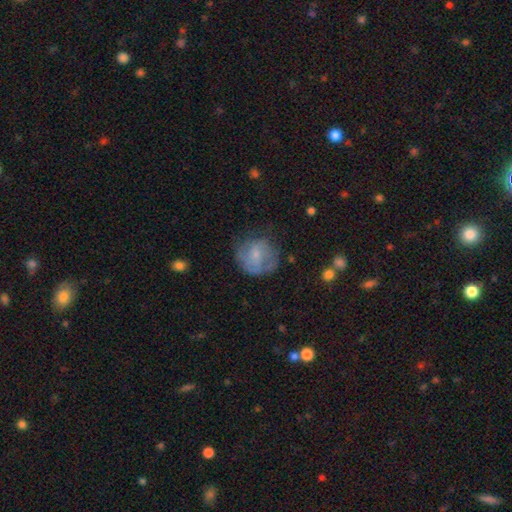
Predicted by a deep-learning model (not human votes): Overall: smooth (50%; featured or disk 42%). How rounded: round (82%). Merging: none (56%; minor disturbance 26%).